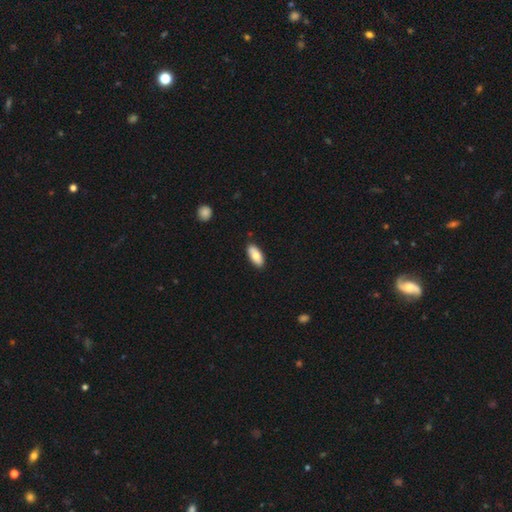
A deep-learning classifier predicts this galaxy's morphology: smooth-or-featured: smooth: 78% | featured or disk: 16% | star or artifact: 6%
  how-rounded: in between: 87% | cigar-shaped: 10% | round: 2%
  merging: none: 87% | minor disturbance: 10% | major disturbance: 2% | merger: 1%